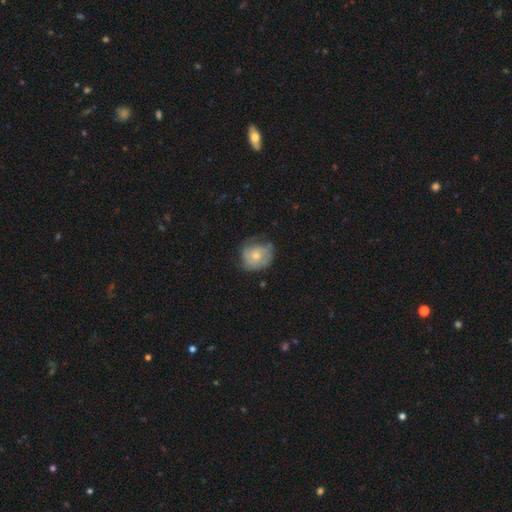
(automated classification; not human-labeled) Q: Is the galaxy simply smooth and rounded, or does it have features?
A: smooth — 55%.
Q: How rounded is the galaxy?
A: round — 75%.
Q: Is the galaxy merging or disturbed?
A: none — 54%.